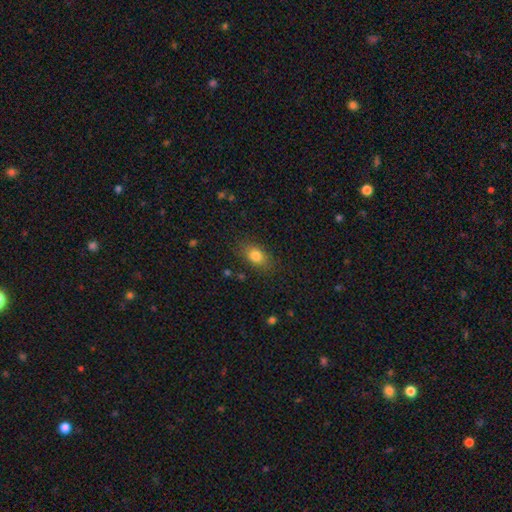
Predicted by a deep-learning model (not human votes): This is clearly a smooth galaxy (82%). How rounded: likely in between (78%). Merging: clearly none (81%).